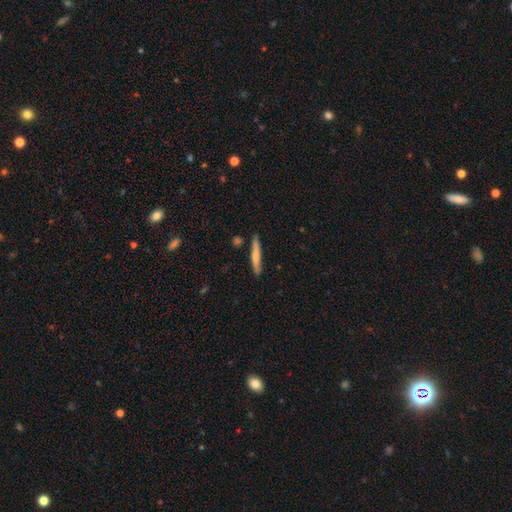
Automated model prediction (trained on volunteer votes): This is likely a smooth galaxy (65%). How rounded: clearly cigar-shaped (94%). Merging: clearly none (86%).